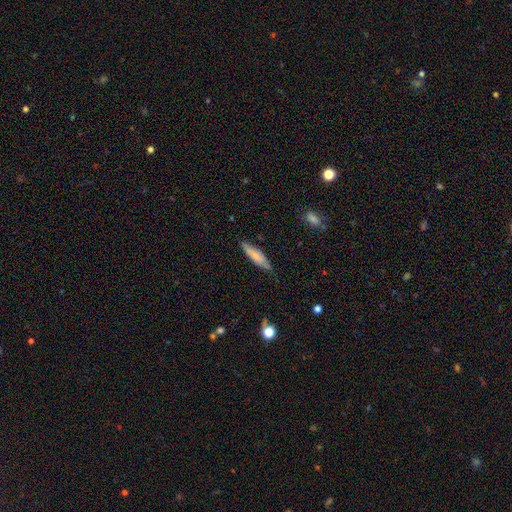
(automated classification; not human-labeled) A smooth galaxy with no disk features (69%) that is cigar-shaped (70%). Merging: none (77%).